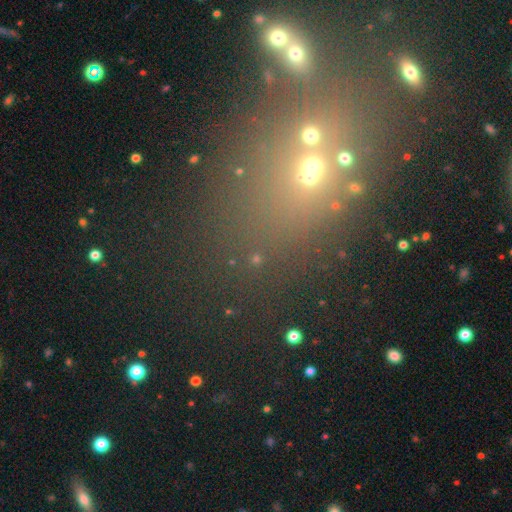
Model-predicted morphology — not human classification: star or artifact 61%, smooth 27%, featured or disk 11%.